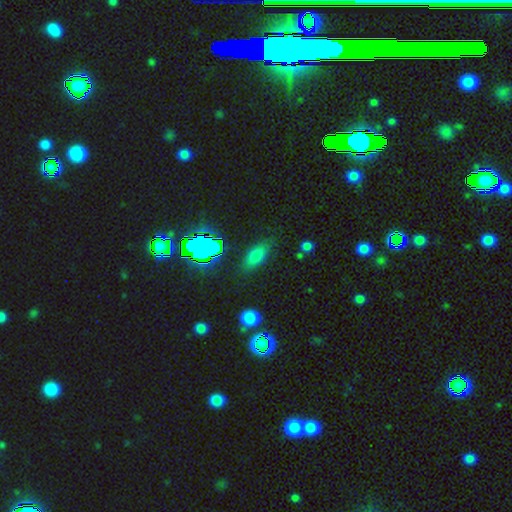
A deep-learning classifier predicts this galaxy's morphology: smooth 72%, star or artifact 18%, featured or disk 11%. Down the decision tree: how rounded — in between (83%); merging — none (79%).